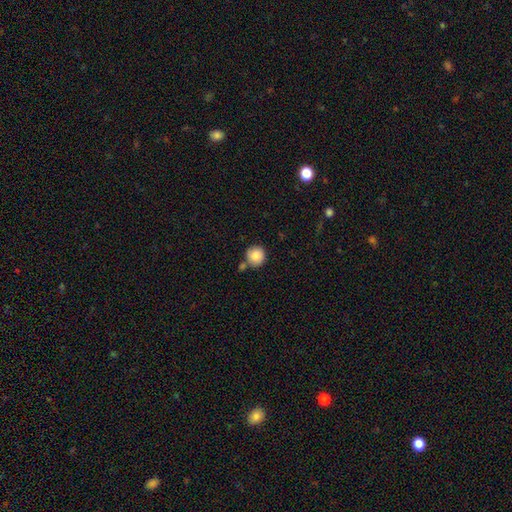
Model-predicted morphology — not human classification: This is clearly a smooth galaxy (86%). How rounded: clearly round (93%). Merging: likely none (73%).